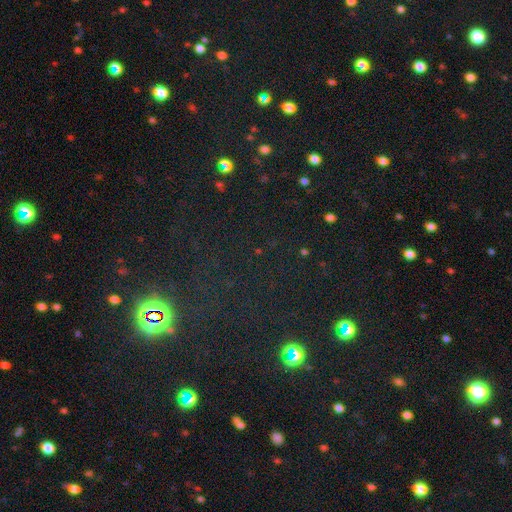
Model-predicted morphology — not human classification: The model was most divided on "smooth or featured": star or artifact: 72%, smooth: 20%, featured or disk: 8%.